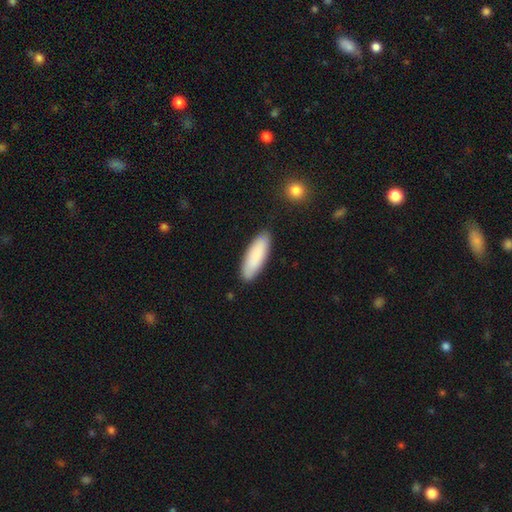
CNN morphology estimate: Smooth or featured? smooth (85%)
How rounded? in between (56%)
Merging? none (85%)